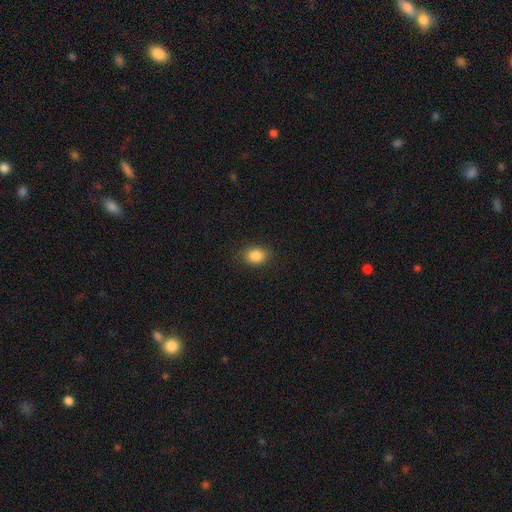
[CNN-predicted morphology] This appears to be a smooth galaxy with no disk features (86%) that is in between round and cigar-shaped (64%). Merging: none (86%).